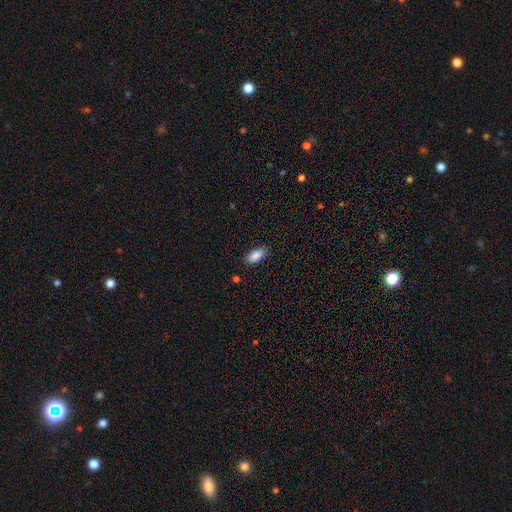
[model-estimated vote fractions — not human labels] Smooth or featured?
  - smooth: 88% *
  - star or artifact: 7%
  - featured or disk: 5%
How rounded?
  - in between: 88% *
  - cigar-shaped: 9%
  - round: 2%
Merging?
  - none: 84% *
  - minor disturbance: 12%
  - major disturbance: 3%
  - merger: 1%